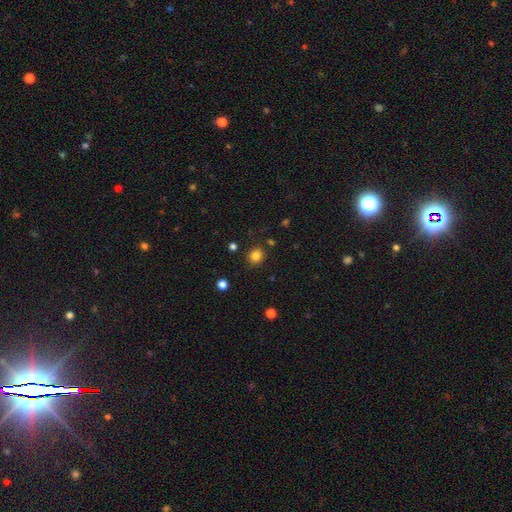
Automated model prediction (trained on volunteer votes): smooth 83%, star or artifact 13%, featured or disk 4%. Down the decision tree: how rounded — round (83%); merging — none (87%).